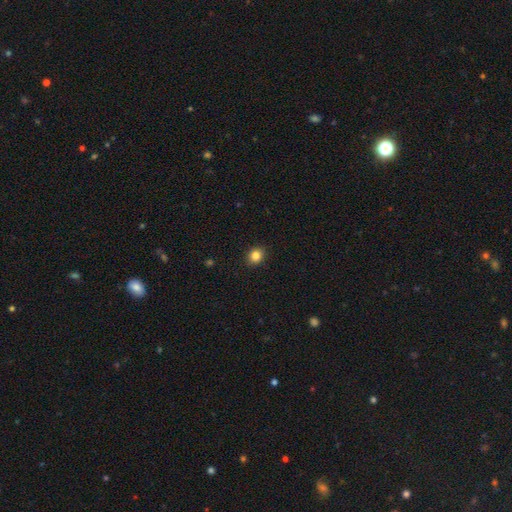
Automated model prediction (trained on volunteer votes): Q: Smooth or featured?
A: smooth (84%); runner-up: star or artifact (11%)
Q: How rounded?
A: round (71%); runner-up: in between (28%)
Q: Merging?
A: none (91%); runner-up: minor disturbance (7%)